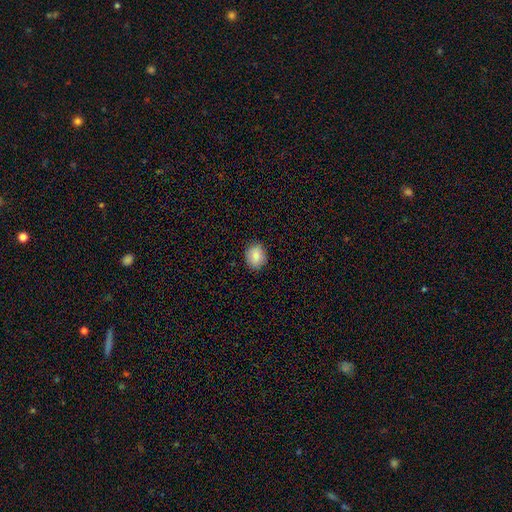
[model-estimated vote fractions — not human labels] Overall: smooth (86%). How rounded: round (59%; in between 40%). Merging: none (86%).